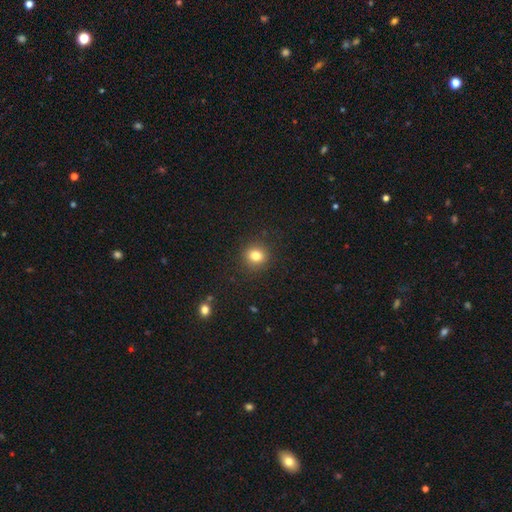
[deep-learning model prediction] This appears to be a smooth galaxy with no disk features (81%) that is round (80%). Merging: none (90%).